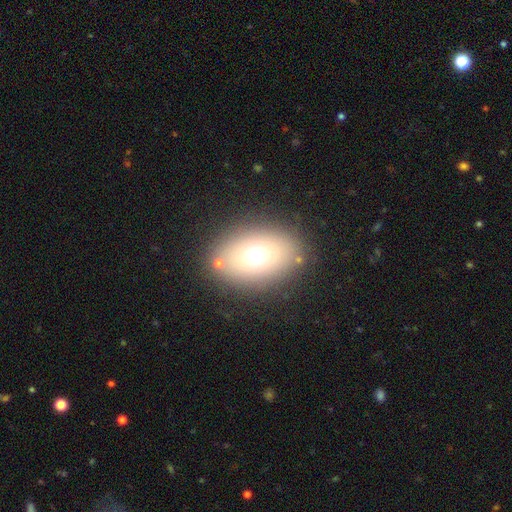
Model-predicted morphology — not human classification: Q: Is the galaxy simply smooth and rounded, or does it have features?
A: smooth — 67%.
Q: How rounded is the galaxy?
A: in between — 68%.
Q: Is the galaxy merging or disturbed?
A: none — 82%.